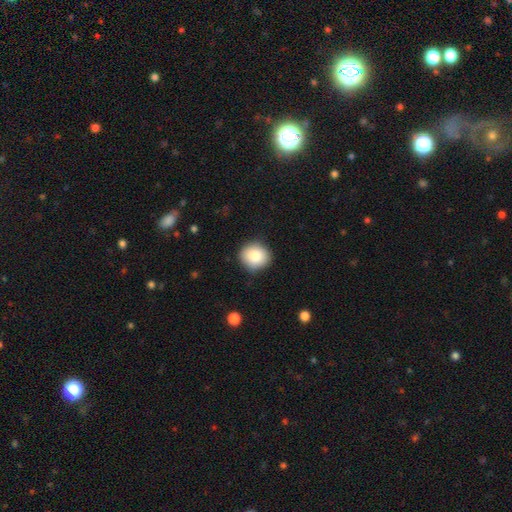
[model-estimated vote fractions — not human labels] The model was most divided on "how rounded": round: 82%, in between: 17%, cigar-shaped: 1%. More confident: merging — none (87%); smooth or featured — smooth (86%).